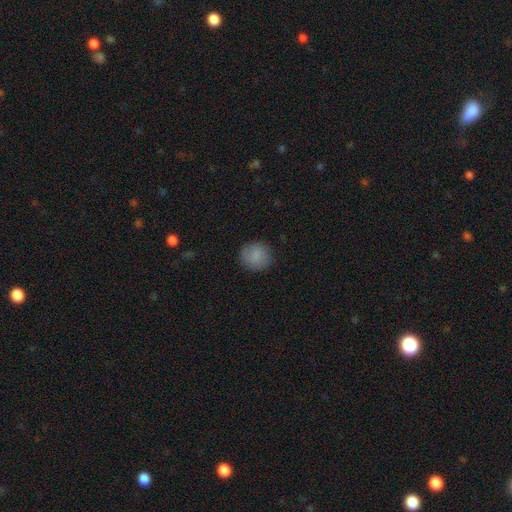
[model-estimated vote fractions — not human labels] Morphology: type=smooth (85%); roundness=round (89%); merging=none (85%).